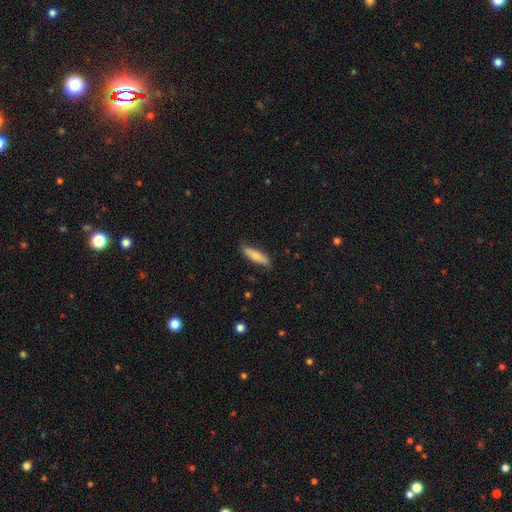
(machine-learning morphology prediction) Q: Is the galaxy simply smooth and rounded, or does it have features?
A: smooth — 74%.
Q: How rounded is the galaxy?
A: cigar-shaped — 70%.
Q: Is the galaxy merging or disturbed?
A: none — 82%.